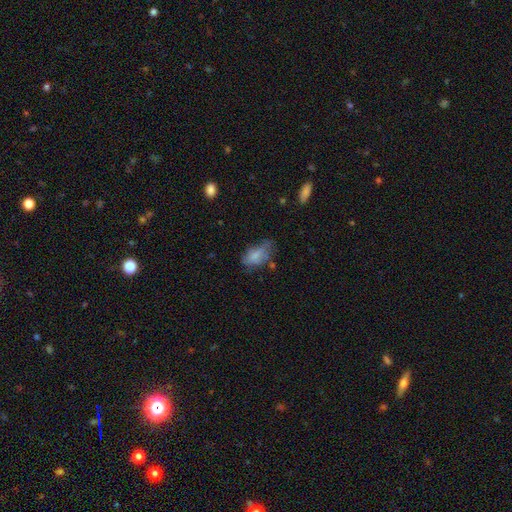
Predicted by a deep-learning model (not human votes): Q: Smooth or featured?
A: smooth (71%); runner-up: featured or disk (19%)
Q: How rounded?
A: in between (90%); runner-up: round (5%)
Q: Merging?
A: none (39%); runner-up: minor disturbance (37%)